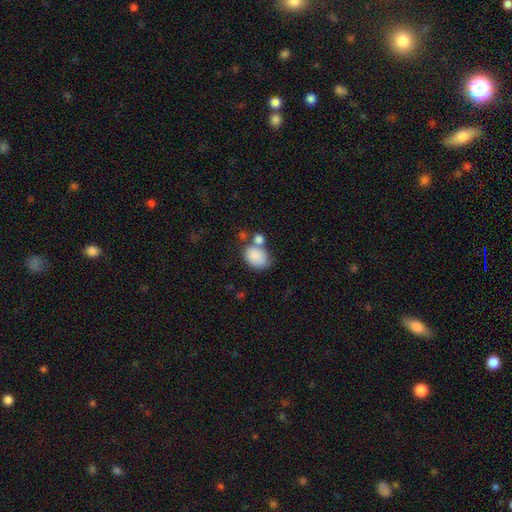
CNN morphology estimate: Smooth or featured? smooth (84%)
How rounded? in between (74%)
Merging? none (44%)